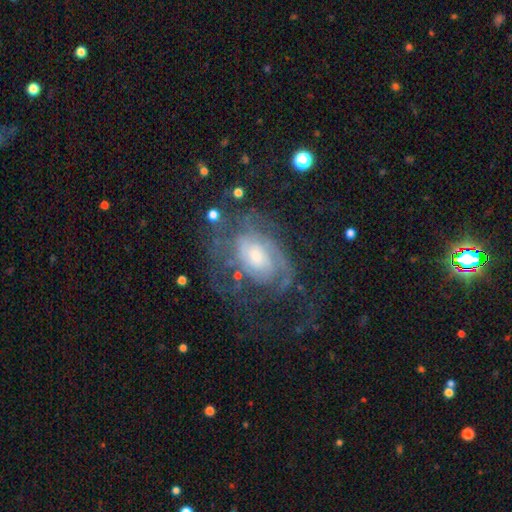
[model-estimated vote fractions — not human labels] Morphology: type=featured or disk (81%); edge-on=no (97%); bar=no (61%); spiral arms=yes (89%); winding=tight (50%); arm count=can't tell (41%); bulge=moderate (43%); merging=none (55%).